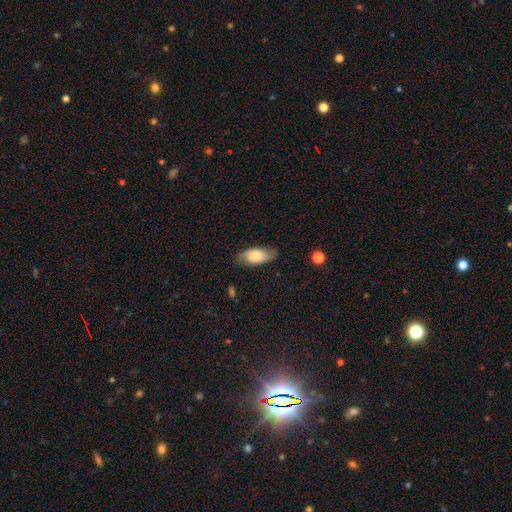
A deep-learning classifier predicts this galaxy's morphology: Q: Smooth or featured?
A: smooth (67%); runner-up: featured or disk (26%)
Q: How rounded?
A: in between (89%); runner-up: cigar-shaped (8%)
Q: Merging?
A: none (77%); runner-up: minor disturbance (17%)